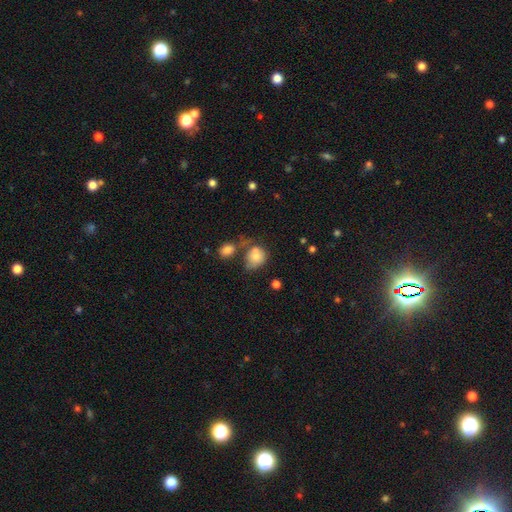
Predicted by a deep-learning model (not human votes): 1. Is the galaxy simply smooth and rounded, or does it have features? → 78% smooth, 13% featured or disk, 9% star or artifact.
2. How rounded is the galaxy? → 57% round, 42% in between, 1% cigar-shaped.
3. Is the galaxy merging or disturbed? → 33% none, 28% merger, 24% minor disturbance, 16% major disturbance.